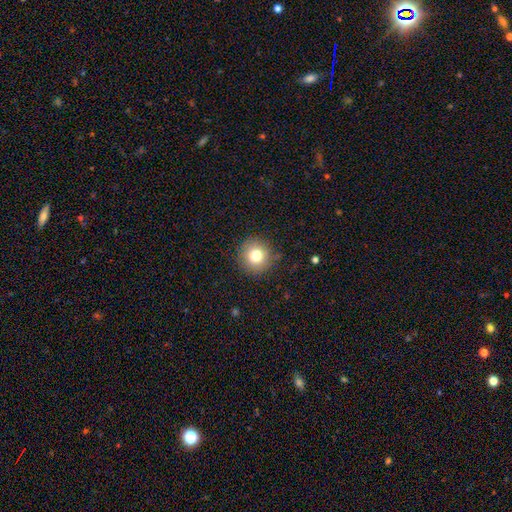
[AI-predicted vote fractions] smooth 79%, star or artifact 11%, featured or disk 10%. Down the decision tree: how rounded — round (94%); merging — none (88%).